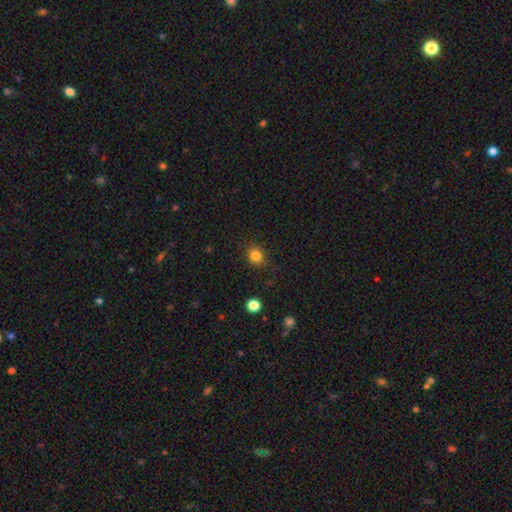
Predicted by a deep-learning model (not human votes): A smooth galaxy with no disk features (83%) that is round (67%).

Vote fractions:
- Smooth or featured? smooth: 83% / star or artifact: 12% / featured or disk: 5%
- How rounded? round: 67% / in between: 32% / cigar-shaped: 1%
- Merging? none: 86% / minor disturbance: 10% / major disturbance: 3% / merger: 1%